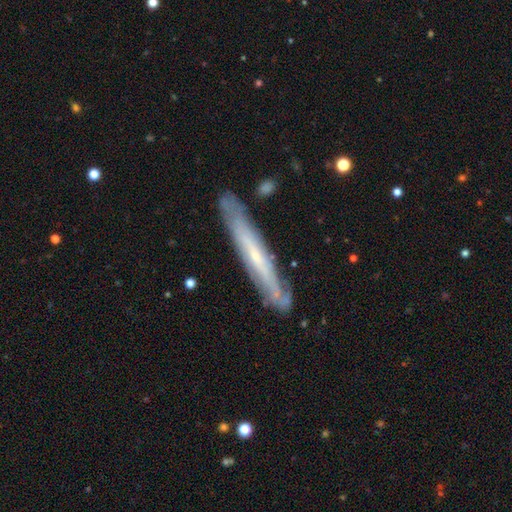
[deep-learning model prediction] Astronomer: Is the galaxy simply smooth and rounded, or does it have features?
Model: featured or disk — 68%.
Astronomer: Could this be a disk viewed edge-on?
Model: yes — 73%.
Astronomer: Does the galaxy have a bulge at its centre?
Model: none — 53% (runner-up: rounded, 43%).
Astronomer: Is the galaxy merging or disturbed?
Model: none — 81%.